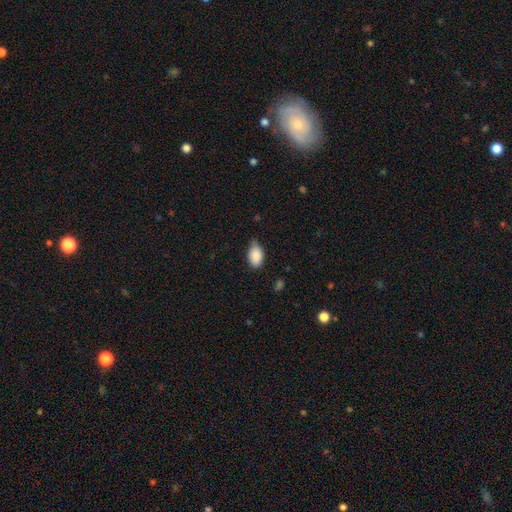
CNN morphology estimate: Smooth or featured? smooth (87%)
How rounded? in between (91%)
Merging? none (59%)